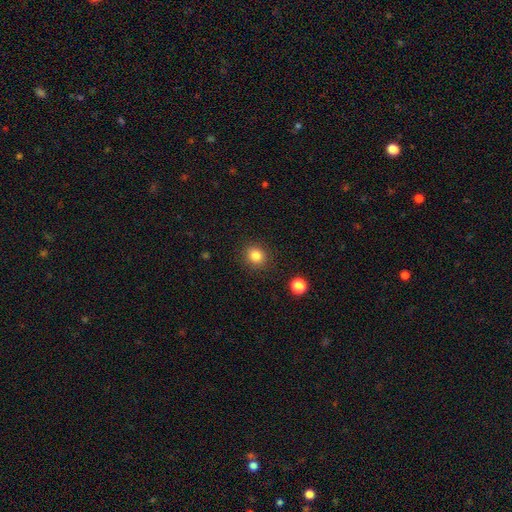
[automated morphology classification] This is clearly a smooth galaxy (83%). How rounded: clearly round (82%). Merging: clearly none (89%).